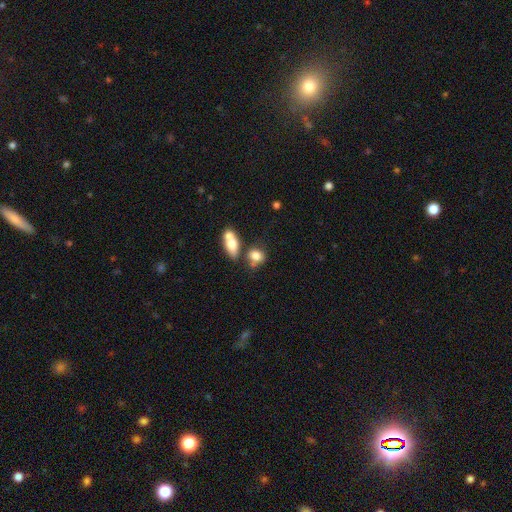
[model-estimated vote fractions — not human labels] This is likely a smooth galaxy (79%). How rounded: possibly in between (57%). Merging: marginally none (40%).